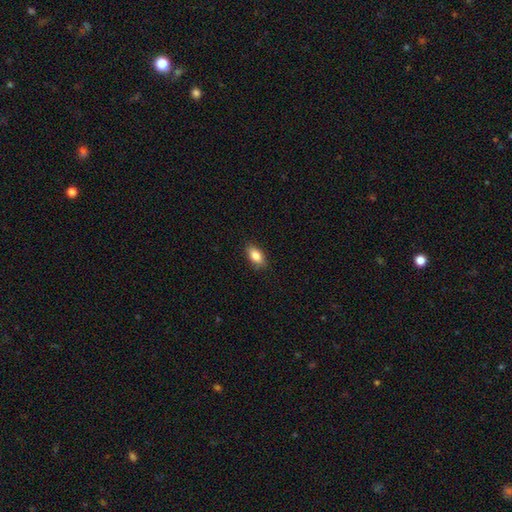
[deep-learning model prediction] A smooth galaxy with no disk features (84%) that is in between round and cigar-shaped (90%).

Vote fractions:
- Smooth or featured? smooth: 84% / featured or disk: 8% / star or artifact: 7%
- How rounded? in between: 90% / round: 6% / cigar-shaped: 5%
- Merging? none: 88% / minor disturbance: 9% / major disturbance: 2% / merger: 1%